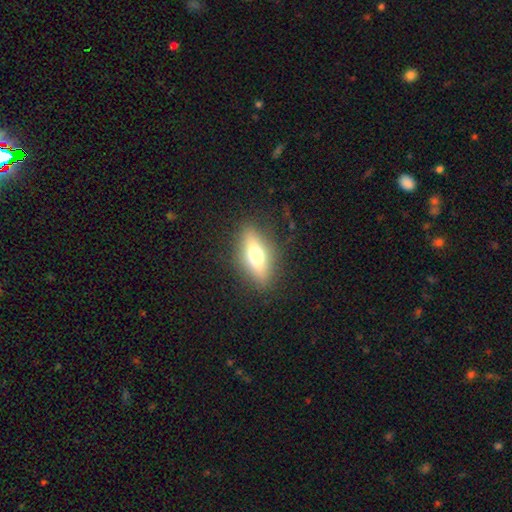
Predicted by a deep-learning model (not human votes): Smooth or featured? Predicted: smooth (p=0.56). How rounded? Predicted: in between (p=0.64). Merging? Predicted: none (p=0.85).